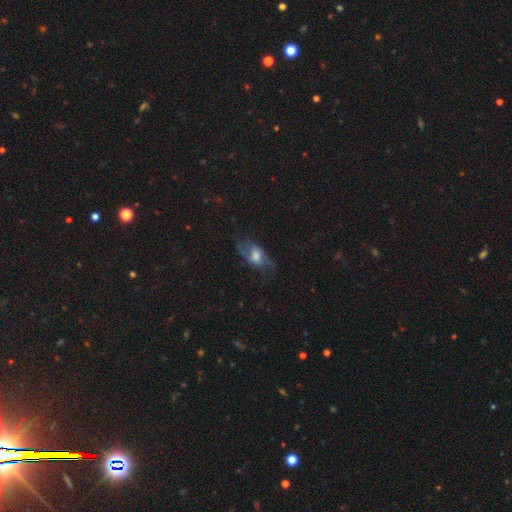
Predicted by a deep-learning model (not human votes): Q: Smooth or featured?
A: featured or disk (49%); runner-up: smooth (40%)
Q: Merging?
A: none (55%); runner-up: minor disturbance (23%)